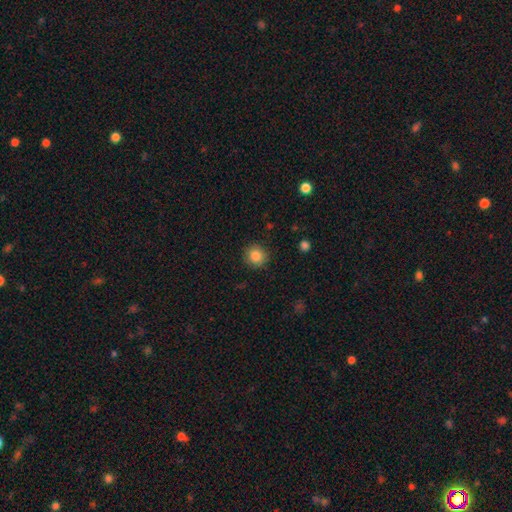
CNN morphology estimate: A smooth galaxy with no disk features (86%) that is round (91%). Merging: none (89%).